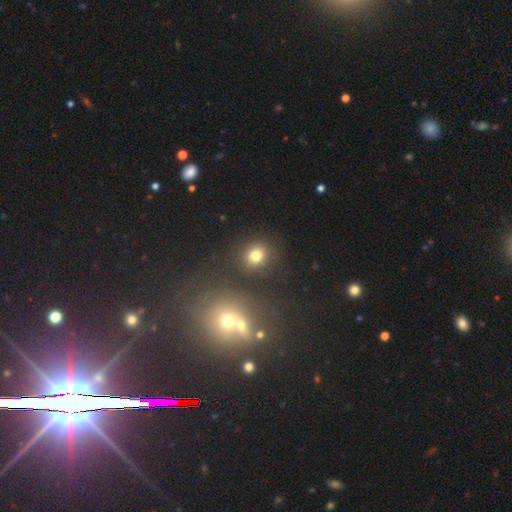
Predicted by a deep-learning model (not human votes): Smooth or featured: smooth — 77% (star or artifact — 17%)
How rounded: round — 82% (in between — 17%)
Merging: none — 82% (minor disturbance — 8%)